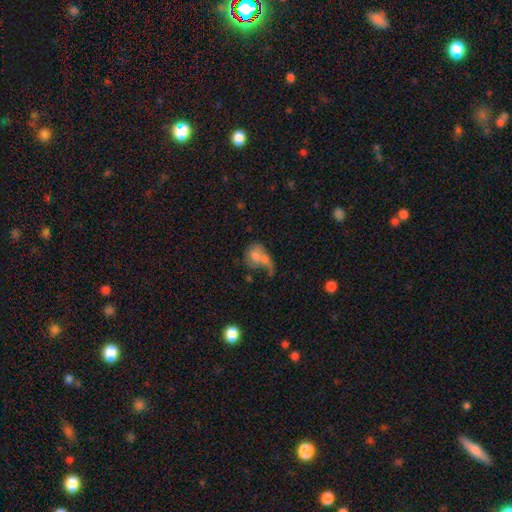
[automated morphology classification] Smooth or featured?
  - smooth: 63% *
  - featured or disk: 27%
  - star or artifact: 10%
How rounded?
  - in between: 52% *
  - round: 46%
  - cigar-shaped: 2%
Merging?
  - merger: 52% *
  - none: 19%
  - major disturbance: 18%
  - minor disturbance: 11%